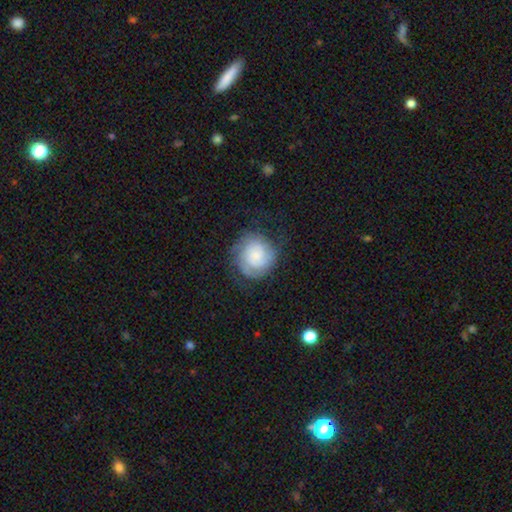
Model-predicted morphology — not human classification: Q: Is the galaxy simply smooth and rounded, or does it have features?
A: featured or disk — 58%.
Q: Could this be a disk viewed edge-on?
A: no — 98%.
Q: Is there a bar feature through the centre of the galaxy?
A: no — 79%.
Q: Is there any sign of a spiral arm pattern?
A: yes — 90%.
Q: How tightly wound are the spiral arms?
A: tight — 62%.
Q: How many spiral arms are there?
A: can't tell — 37%.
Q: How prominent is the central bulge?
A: small — 53%.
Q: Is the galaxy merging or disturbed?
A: none — 69%.